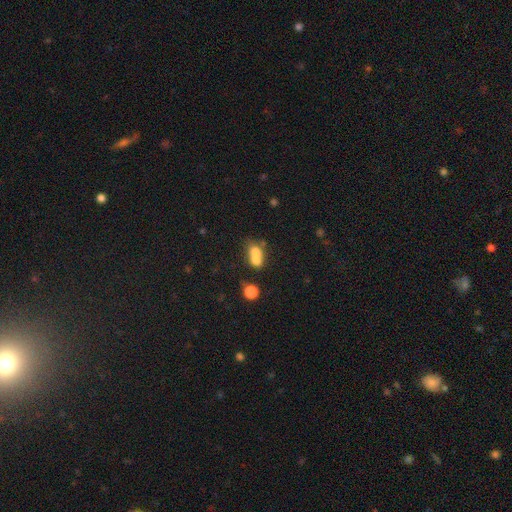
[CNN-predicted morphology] The model was most divided on "how rounded": in between: 54%, round: 44%, cigar-shaped: 3%. More confident: smooth or featured — smooth (69%); merging — merger (63%).